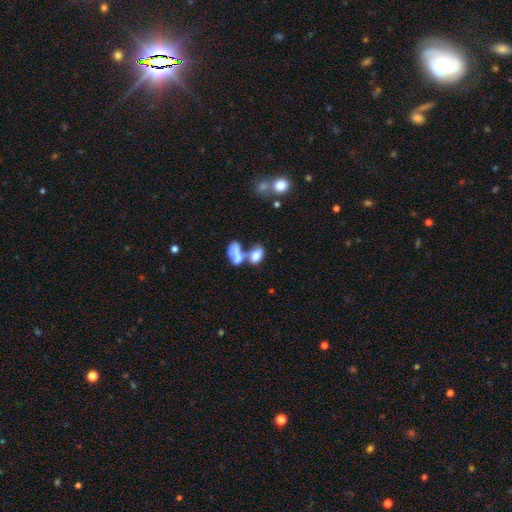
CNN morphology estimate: smooth 73%, featured or disk 17%, star or artifact 10%. Down the decision tree: how rounded — in between (88%); merging — merger (56%).